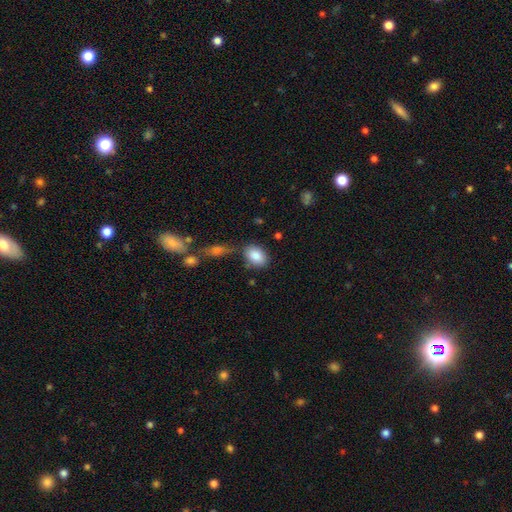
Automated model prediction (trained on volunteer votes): Smooth or featured? Predicted: smooth (p=0.85). How rounded? Predicted: in between (p=0.81). Merging? Predicted: none (p=0.73).